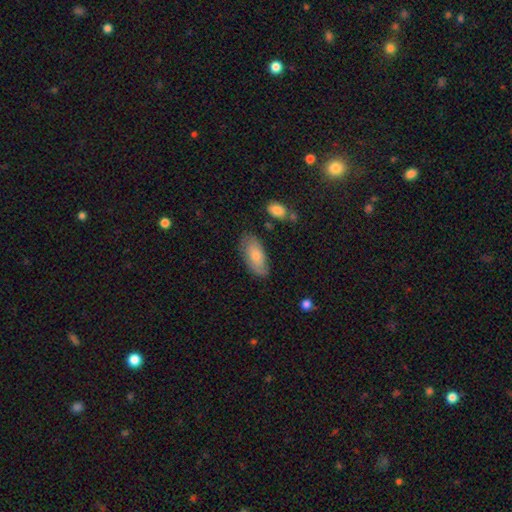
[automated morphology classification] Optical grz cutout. It shows a smooth galaxy with no disk features (72%) that is in between round and cigar-shaped (91%). Merging: none (73%).